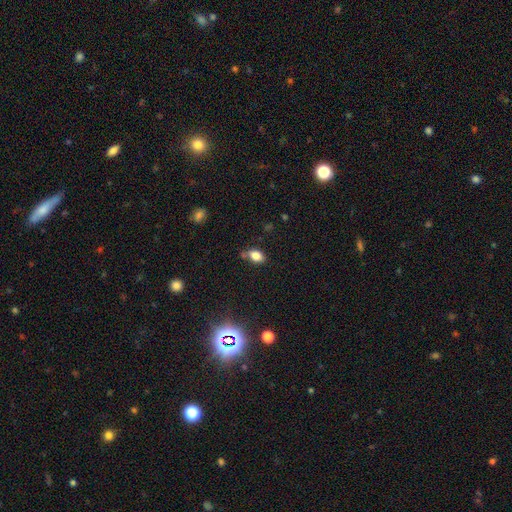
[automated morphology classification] A smooth galaxy with no disk features (81%) that is in between round and cigar-shaped (86%). Merging: none (65%).